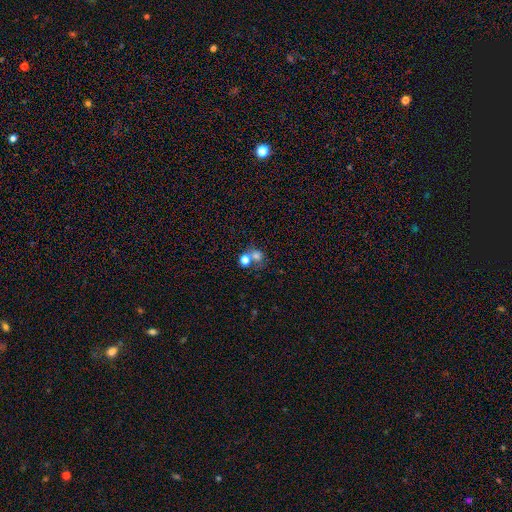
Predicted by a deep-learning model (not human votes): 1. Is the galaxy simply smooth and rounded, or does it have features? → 70% smooth, 17% star or artifact, 13% featured or disk.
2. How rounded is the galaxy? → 74% round, 25% in between, 1% cigar-shaped.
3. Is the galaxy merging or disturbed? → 47% merger, 38% none, 8% minor disturbance, 7% major disturbance.